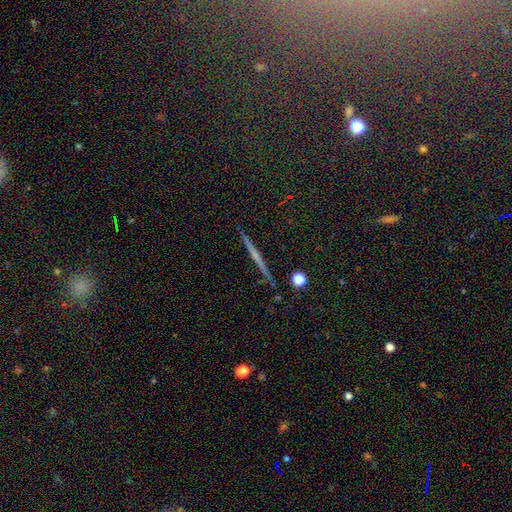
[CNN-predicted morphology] Smooth or featured?
  - featured or disk: 56% *
  - smooth: 26%
  - star or artifact: 17%
Edge-on disk?
  - yes: 97% *
  - no: 3%
Edge-on bulge?
  - none: 73% *
  - rounded: 20%
  - boxy: 7%
Merging?
  - none: 91% *
  - minor disturbance: 6%
  - major disturbance: 1%
  - merger: 1%